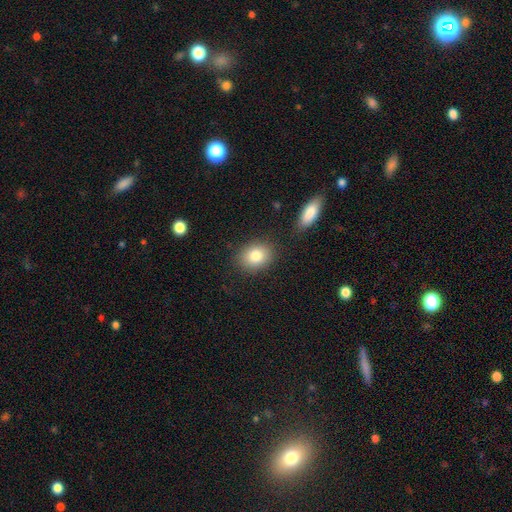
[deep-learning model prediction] A smooth galaxy with no disk features (82%) that is in between round and cigar-shaped (55%).

Vote fractions:
- Smooth or featured? smooth: 82% / featured or disk: 9% / star or artifact: 9%
- How rounded? in between: 55% / round: 44% / cigar-shaped: 1%
- Merging? none: 83% / minor disturbance: 10% / merger: 3% / major disturbance: 3%